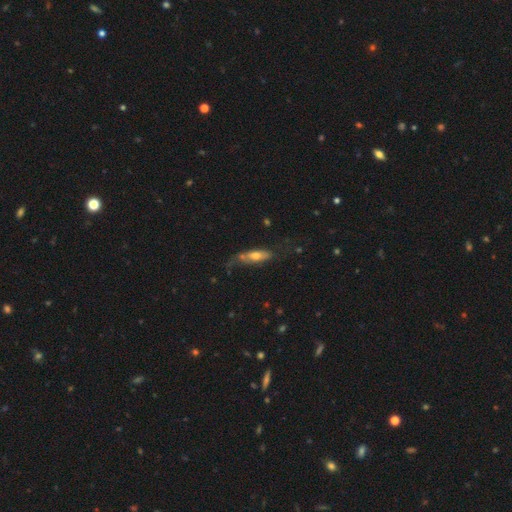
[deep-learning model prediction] Smooth or featured? smooth (50%)
How rounded? cigar-shaped (50%)
Merging? none (45%)